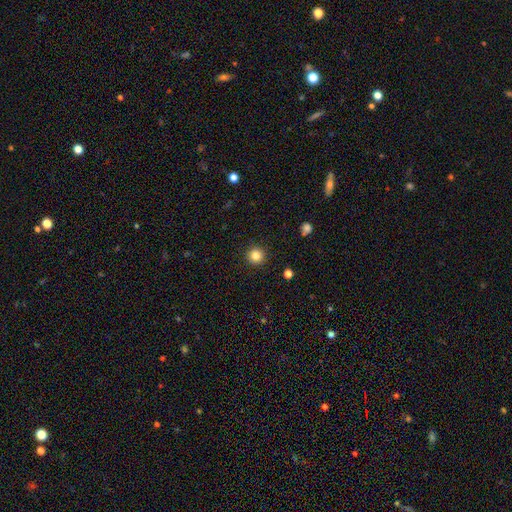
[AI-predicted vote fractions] Overall: smooth (83%). How rounded: round (96%). Merging: none (93%).